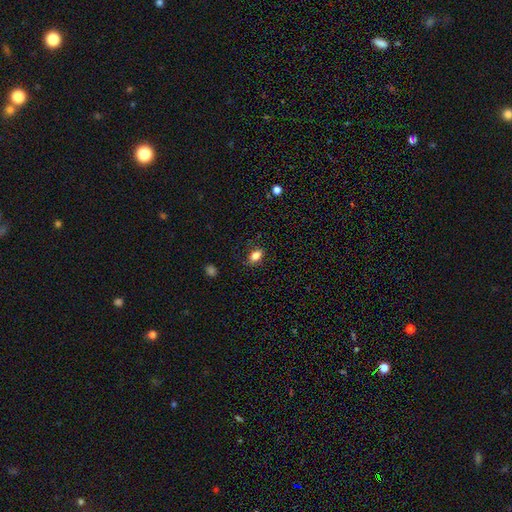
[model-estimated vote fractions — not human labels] Q: Smooth or featured?
A: smooth (81%); runner-up: star or artifact (10%)
Q: How rounded?
A: in between (83%); runner-up: round (14%)
Q: Merging?
A: none (83%); runner-up: minor disturbance (13%)